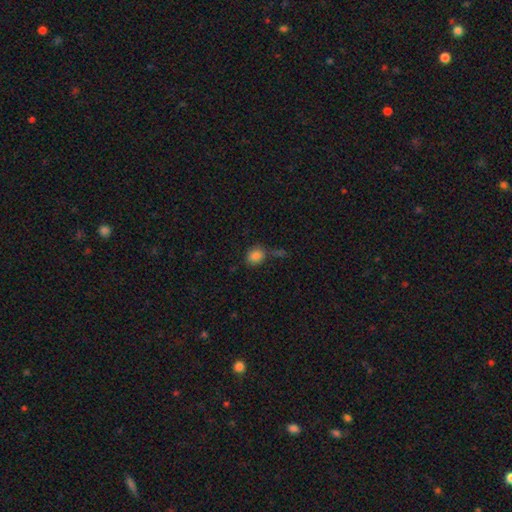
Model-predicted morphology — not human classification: type=smooth (84%); roundness=round (65%); merging=none (64%).